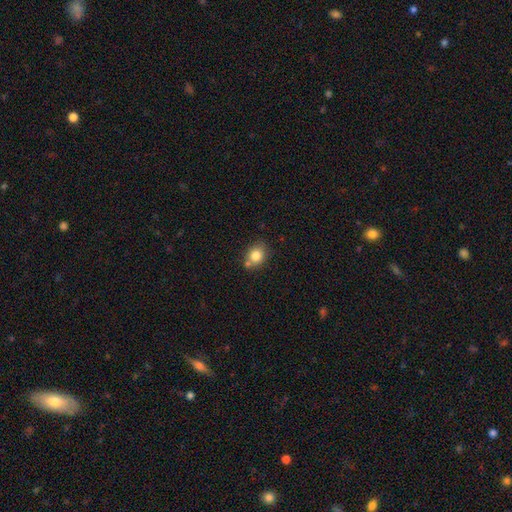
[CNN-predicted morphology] smooth 81%, star or artifact 10%, featured or disk 9%. Down the decision tree: how rounded — round (62%); merging — none (66%).